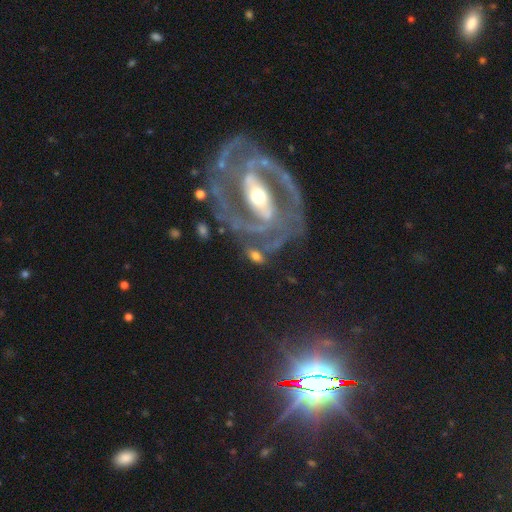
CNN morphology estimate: A featured or disk galaxy (57%). Merging: none (56%).